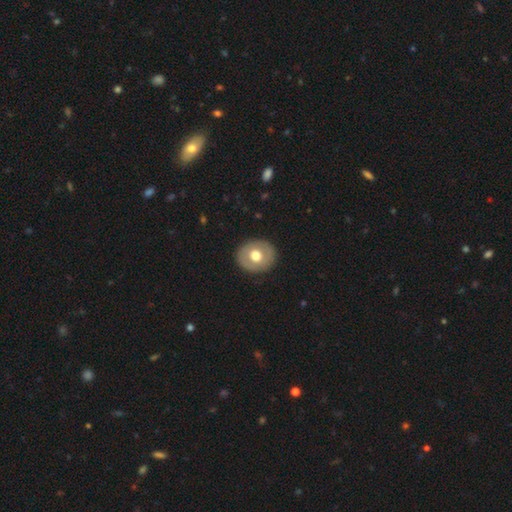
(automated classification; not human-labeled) Morphology: type=smooth (61%); roundness=round (73%); merging=none (89%).